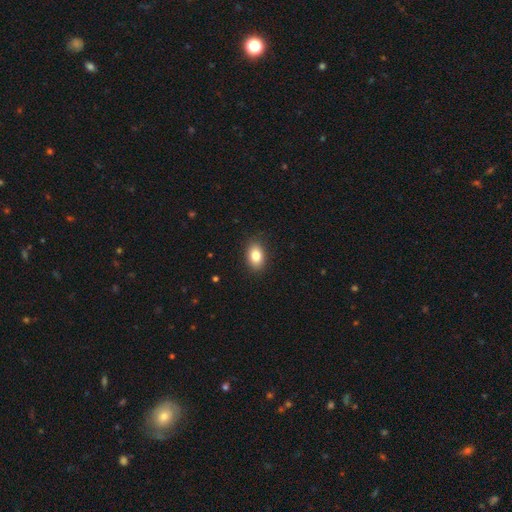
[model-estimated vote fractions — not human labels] A smooth galaxy with no disk features (83%) that is in between round and cigar-shaped (85%). Merging: none (89%).